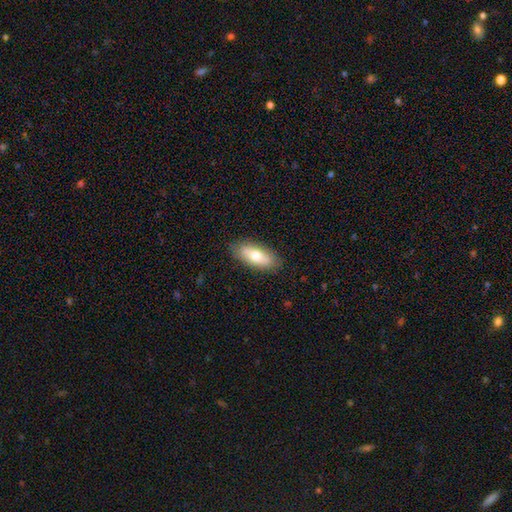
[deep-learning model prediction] smooth_or_featured: smooth (p=0.71) [alt: featured or disk p=0.23]
how_rounded: in between (p=0.80) [alt: cigar-shaped p=0.17]
merging: none (p=0.86) [alt: minor disturbance p=0.11]